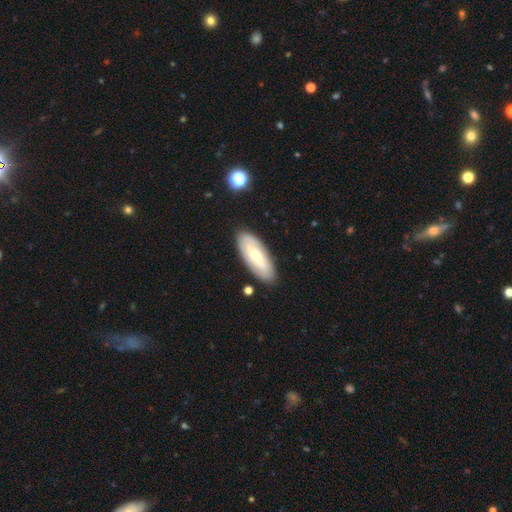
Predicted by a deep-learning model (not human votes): smooth_or_featured: smooth (p=0.52) [alt: featured or disk p=0.42]
how_rounded: in between (p=0.77) [alt: cigar-shaped p=0.21]
merging: none (p=0.87) [alt: minor disturbance p=0.09]